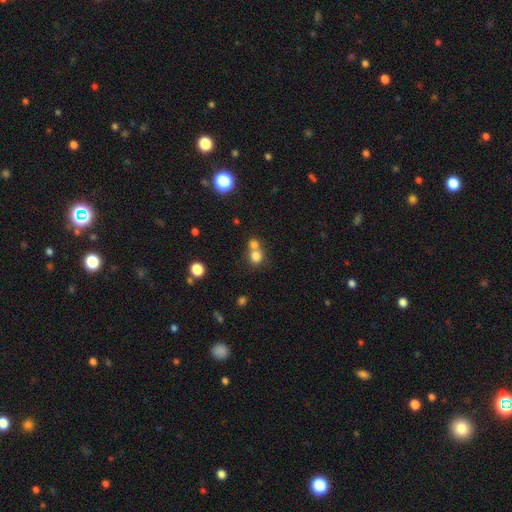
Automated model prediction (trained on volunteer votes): A smooth galaxy with no disk features (77%) that is round (80%). Merging: merger (51%).